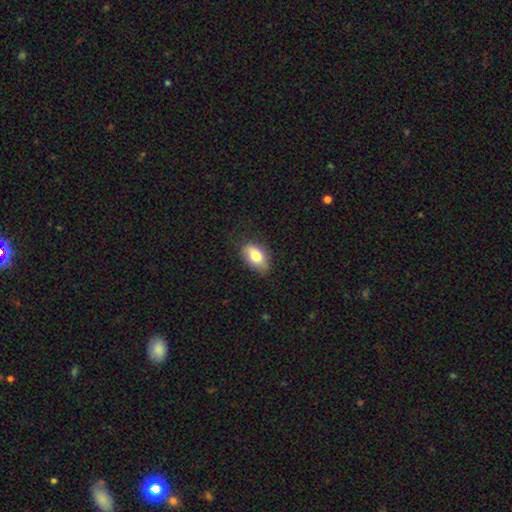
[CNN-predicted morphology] A smooth galaxy with no disk features (79%) that is in between round and cigar-shaped (90%).

Vote fractions:
- Smooth or featured? smooth: 79% / featured or disk: 14% / star or artifact: 7%
- How rounded? in between: 90% / round: 8% / cigar-shaped: 2%
- Merging? none: 78% / minor disturbance: 18% / major disturbance: 4% / merger: 1%